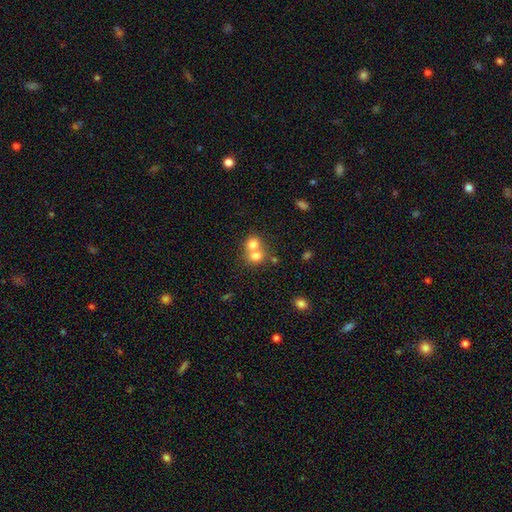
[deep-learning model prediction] The model was most divided on "merging": merger: 64%, none: 28%, minor disturbance: 5%, major disturbance: 2%. More confident: smooth or featured — smooth (74%); how rounded — round (73%).